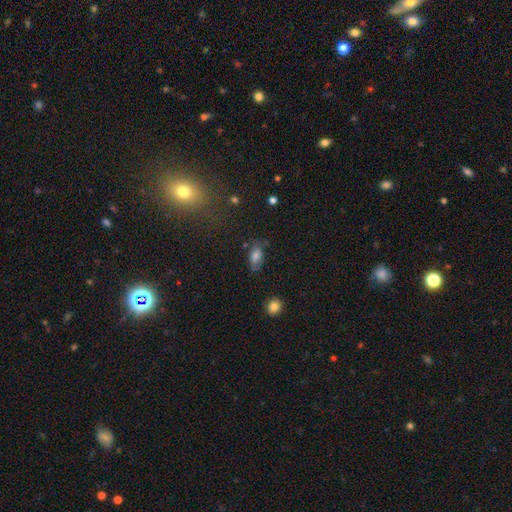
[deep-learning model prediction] Smooth or featured? smooth (76%)
How rounded? in between (89%)
Merging? none (63%)